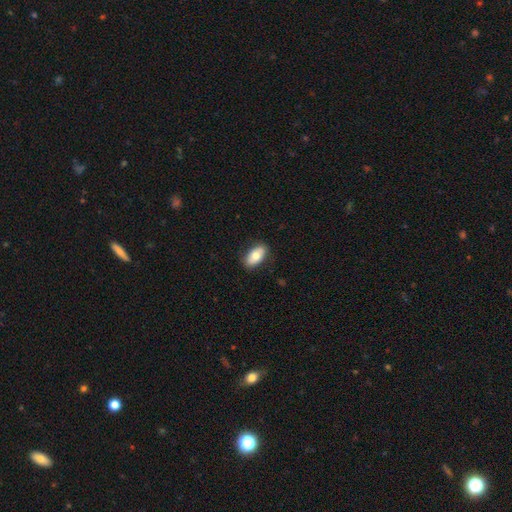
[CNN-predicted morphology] smooth-or-featured: smooth: 75% | featured or disk: 19% | star or artifact: 6%
  how-rounded: in between: 92% | round: 4% | cigar-shaped: 4%
  merging: none: 87% | minor disturbance: 10% | major disturbance: 2% | merger: 1%